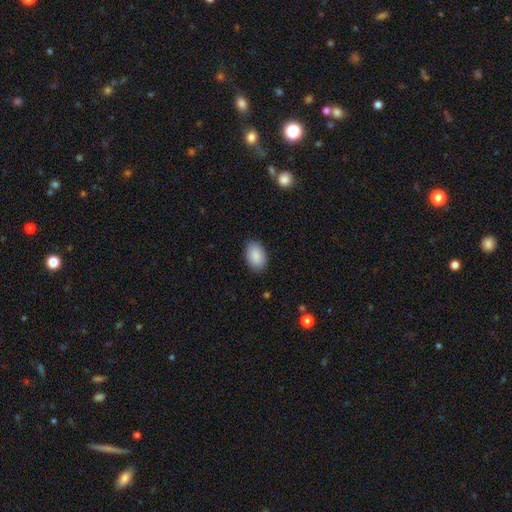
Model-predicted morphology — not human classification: Overall: smooth (89%). How rounded: in between (91%). Merging: none (87%).